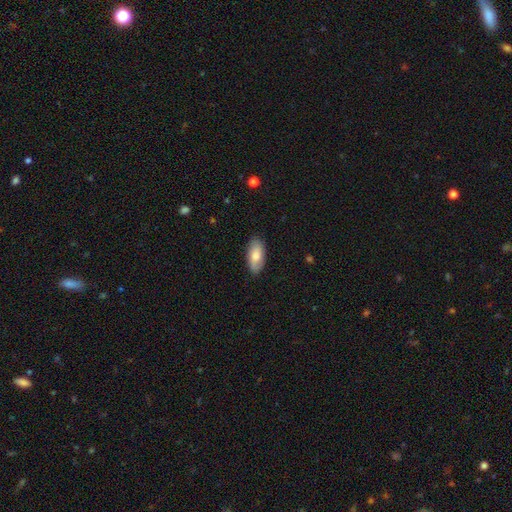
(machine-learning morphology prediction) This appears to be a smooth galaxy with no disk features (77%) that is in between round and cigar-shaped (91%). Merging: none (86%).